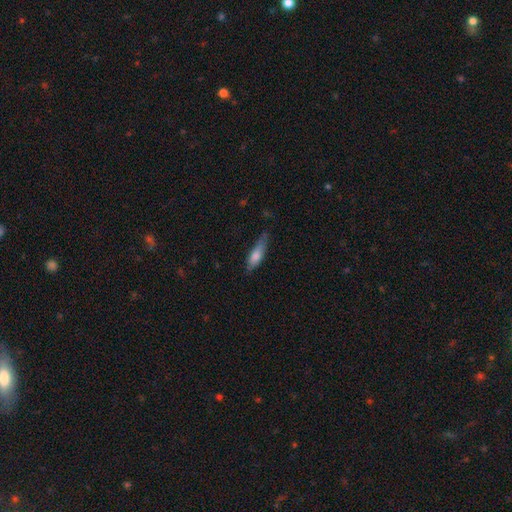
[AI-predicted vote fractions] Smooth or featured? Predicted: smooth (p=0.75). How rounded? Predicted: cigar-shaped (p=0.54). Merging? Predicted: none (p=0.55).